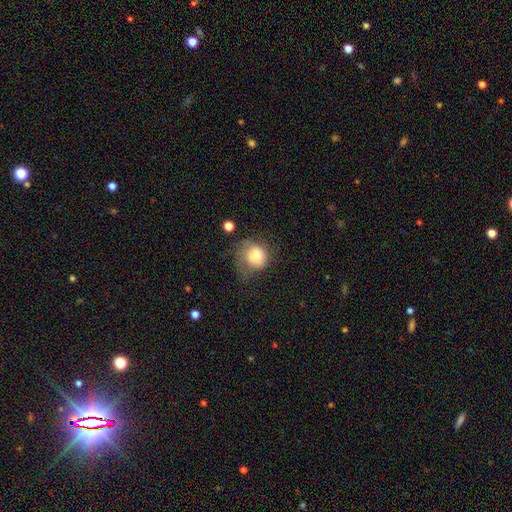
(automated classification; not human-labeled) The model was most divided on "merging": none: 37%, minor disturbance: 33%, major disturbance: 27%, merger: 4%. More confident: how rounded — round (78%); smooth or featured — smooth (77%).